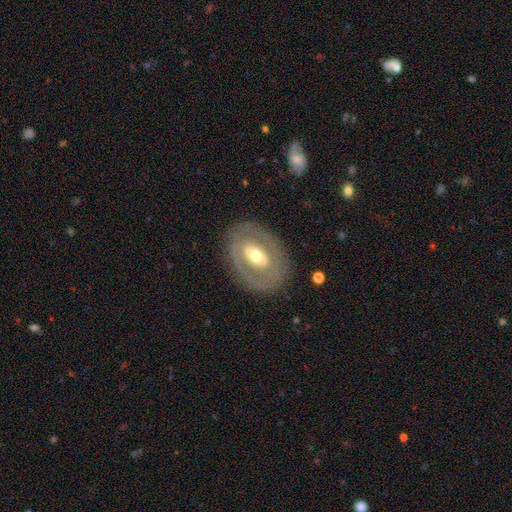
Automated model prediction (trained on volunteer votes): Q: Smooth or featured?
A: featured or disk (64%); runner-up: smooth (30%)
Q: Edge-on disk?
A: no (91%); runner-up: yes (9%)
Q: Bar?
A: no (46%); runner-up: weak (31%)
Q: Spiral arms?
A: no (77%); runner-up: yes (23%)
Q: Bulge size?
A: moderate (62%); runner-up: small (26%)
Q: Merging?
A: none (80%); runner-up: minor disturbance (12%)